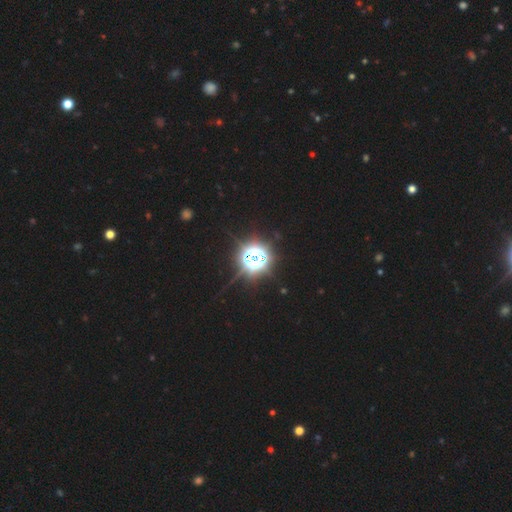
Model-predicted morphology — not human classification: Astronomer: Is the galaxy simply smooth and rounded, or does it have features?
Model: star or artifact — 77%.